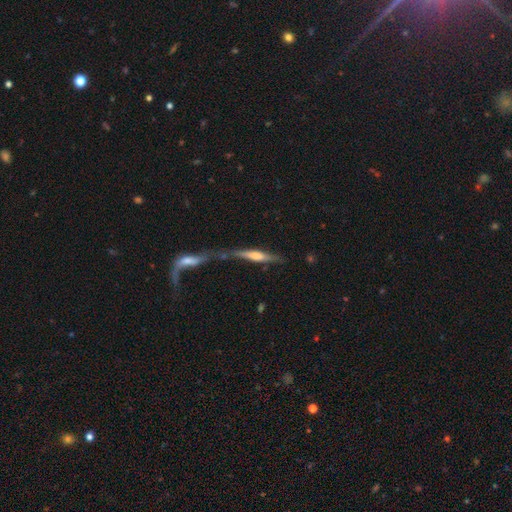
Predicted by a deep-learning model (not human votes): Smooth or featured: featured or disk — 63% (smooth — 30%)
Edge-on disk: yes — 89% (no — 11%)
Edge-on bulge: rounded — 70% (boxy — 17%)
Merging: merger — 52% (none — 31%)